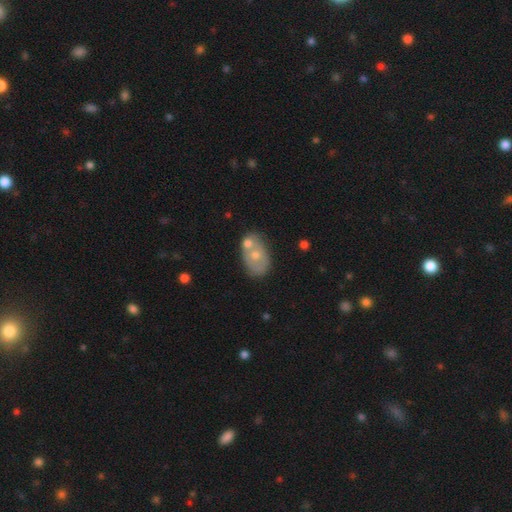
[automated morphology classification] Smooth or featured? Predicted: smooth (p=0.57). How rounded? Predicted: in between (p=0.82). Merging? Predicted: merger (p=0.46).